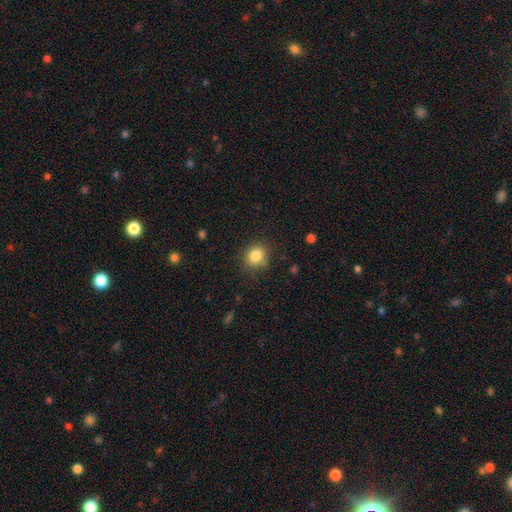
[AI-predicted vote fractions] Morphology: type=smooth (83%); roundness=round (80%); merging=none (80%).